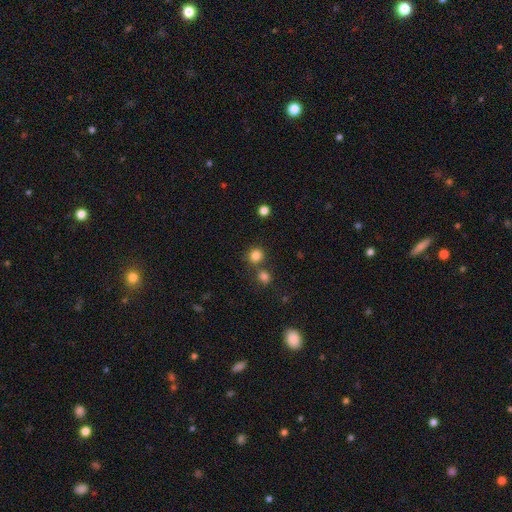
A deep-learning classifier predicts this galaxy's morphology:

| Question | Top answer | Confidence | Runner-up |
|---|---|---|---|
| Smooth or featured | smooth | 82% | star or artifact (13%) |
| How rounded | round | 88% | in between (11%) |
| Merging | none | 69% | merger (20%) |